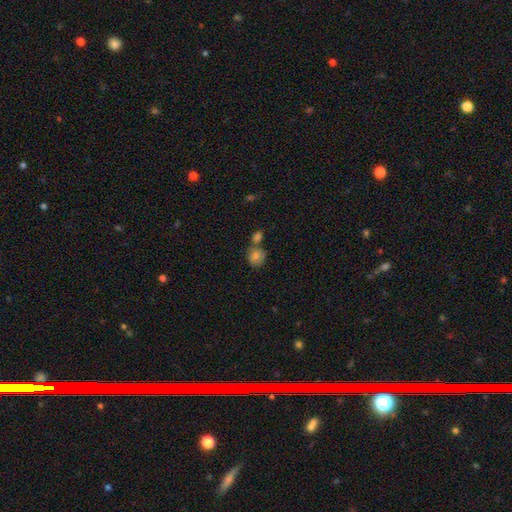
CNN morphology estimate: smooth 80%, star or artifact 11%, featured or disk 9%. Down the decision tree: how rounded — round (82%); merging — none (56%).